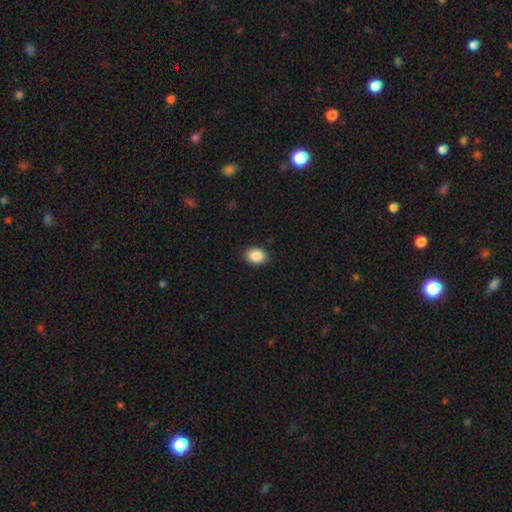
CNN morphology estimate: Smooth or featured: smooth — 88% (star or artifact — 8%)
How rounded: in between — 61% (round — 38%)
Merging: none — 89% (minor disturbance — 8%)